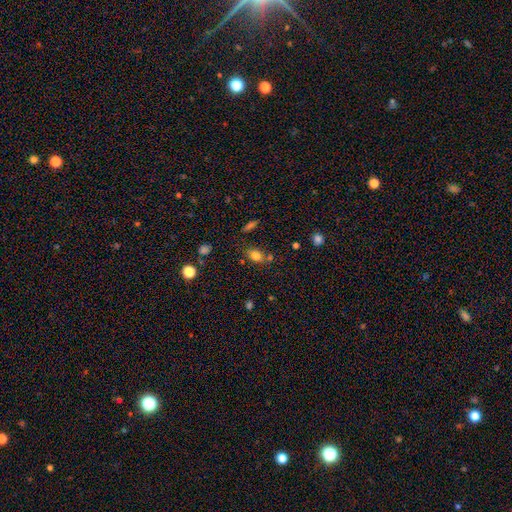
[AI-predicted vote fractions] smooth 78%, star or artifact 13%, featured or disk 9%. Down the decision tree: how rounded — in between (67%); merging — none (67%).